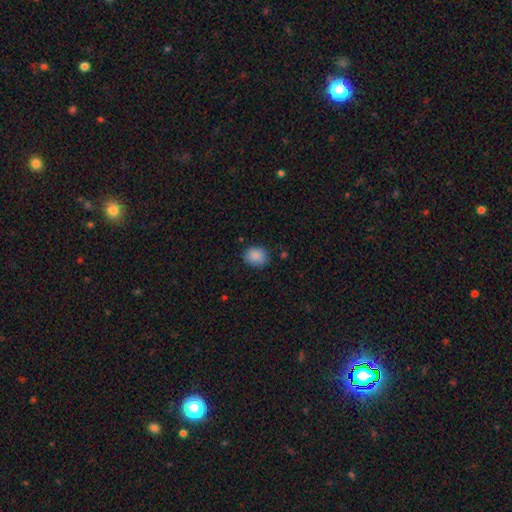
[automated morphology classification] Smooth or featured? smooth (88%)
How rounded? round (57%)
Merging? none (82%)